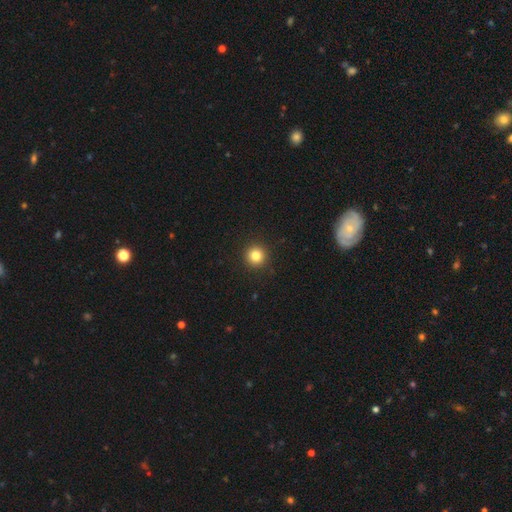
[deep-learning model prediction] The model was most divided on "smooth or featured": smooth: 83%, star or artifact: 12%, featured or disk: 6%. More confident: how rounded — round (95%); merging — none (93%).